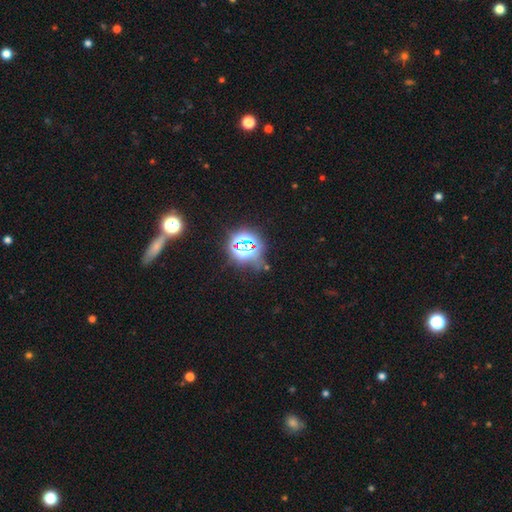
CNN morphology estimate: smooth_or_featured: star or artifact (p=0.79) [alt: smooth p=0.13]